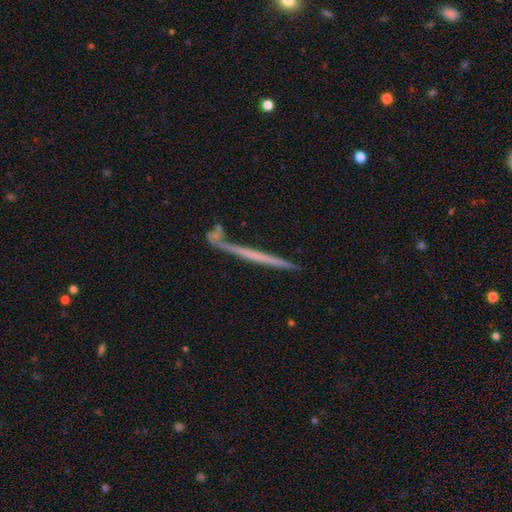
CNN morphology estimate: Smooth or featured? Predicted: featured or disk (p=0.60). Edge-on disk? Predicted: yes (p=0.95). Edge-on bulge? Predicted: none (p=0.84). Merging? Predicted: none (p=0.73).